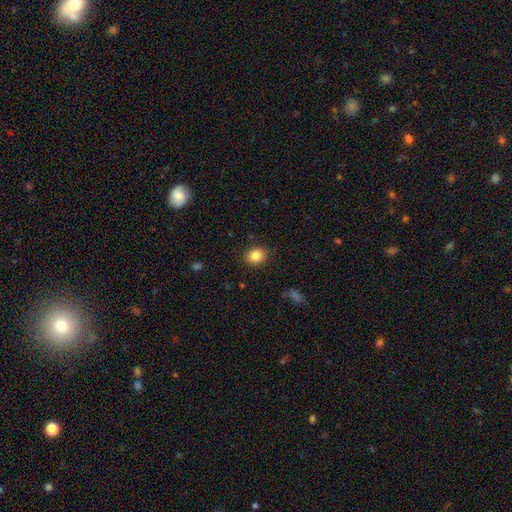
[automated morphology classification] The model was most divided on "how rounded": round: 68%, in between: 32%, cigar-shaped: 1%. More confident: merging — none (89%); smooth or featured — smooth (84%).